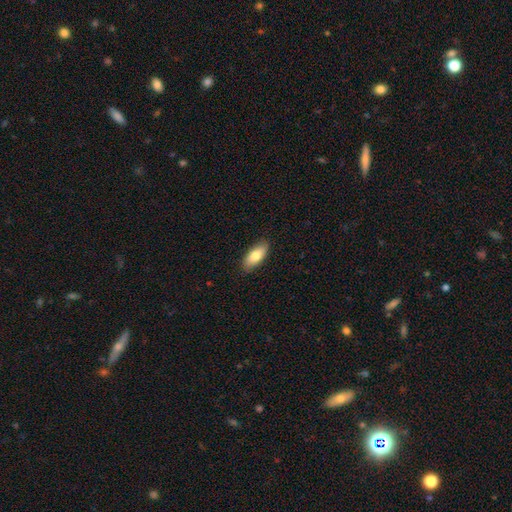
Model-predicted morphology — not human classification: Smooth or featured? smooth (80%)
How rounded? in between (84%)
Merging? none (87%)